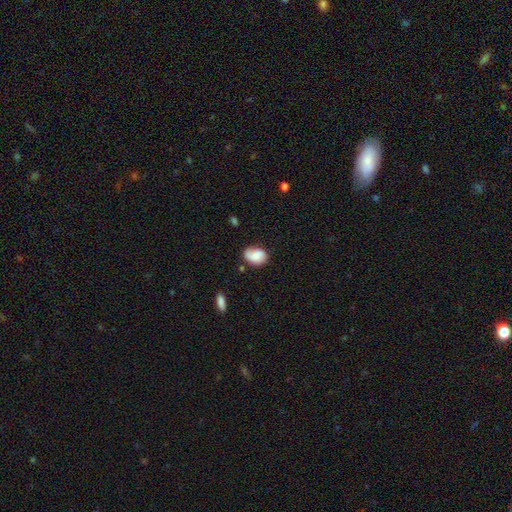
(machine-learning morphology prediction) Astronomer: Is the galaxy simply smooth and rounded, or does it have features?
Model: smooth — 64%.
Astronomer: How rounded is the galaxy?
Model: in between — 72%.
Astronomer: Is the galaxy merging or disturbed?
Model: none — 62%.